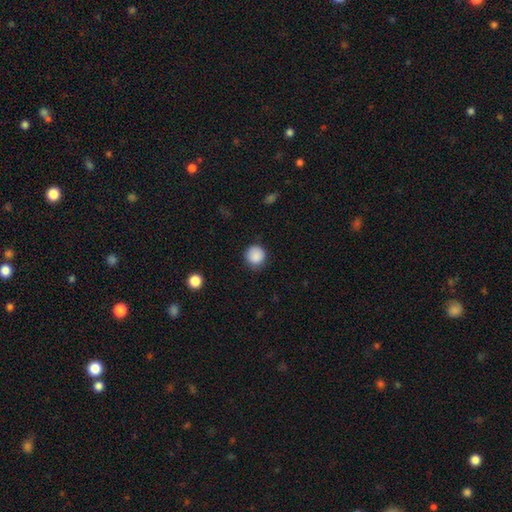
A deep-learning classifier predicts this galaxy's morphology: smooth 88%, star or artifact 9%, featured or disk 3%. Down the decision tree: how rounded — round (93%); merging — none (85%).